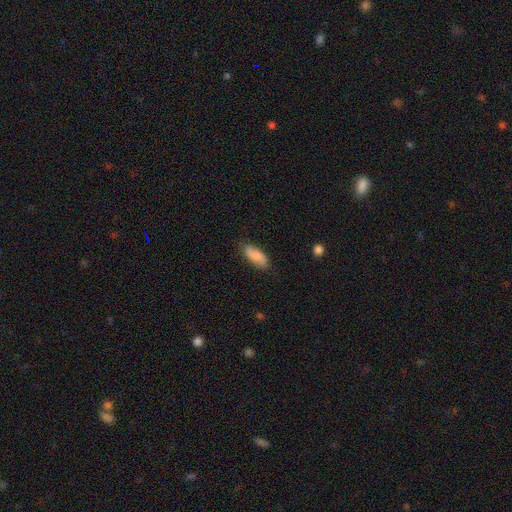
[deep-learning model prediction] Smooth or featured? smooth (75%)
How rounded? in between (85%)
Merging? none (81%)